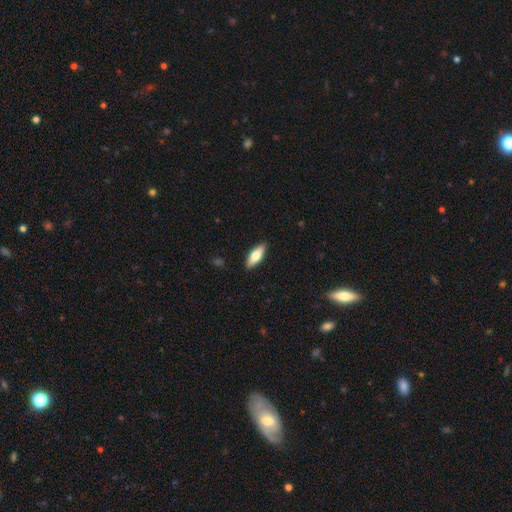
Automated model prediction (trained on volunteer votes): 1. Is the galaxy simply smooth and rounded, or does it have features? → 66% smooth, 28% featured or disk, 6% star or artifact.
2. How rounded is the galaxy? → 64% in between, 34% cigar-shaped, 2% round.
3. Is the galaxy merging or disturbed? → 89% none, 8% minor disturbance, 2% major disturbance, 1% merger.